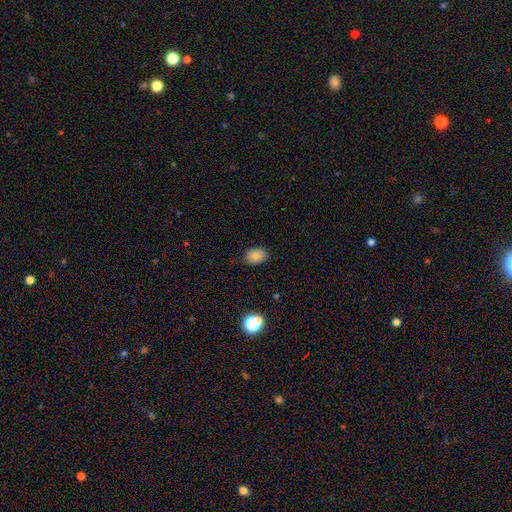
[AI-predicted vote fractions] Smooth or featured? smooth (84%)
How rounded? in between (81%)
Merging? none (85%)